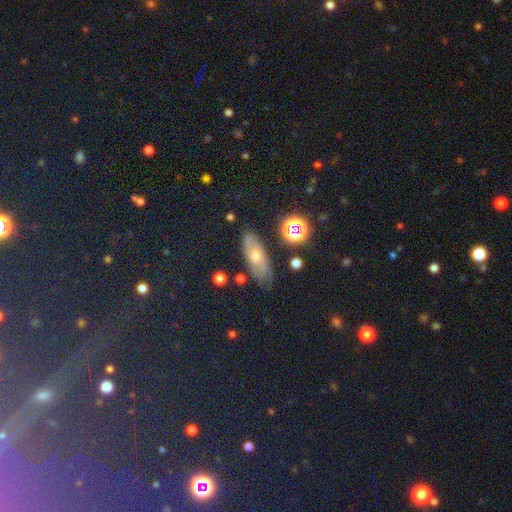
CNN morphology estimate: smooth_or_featured: smooth (p=0.40) [alt: star or artifact p=0.34]
merging: none (p=0.80) [alt: minor disturbance p=0.13]